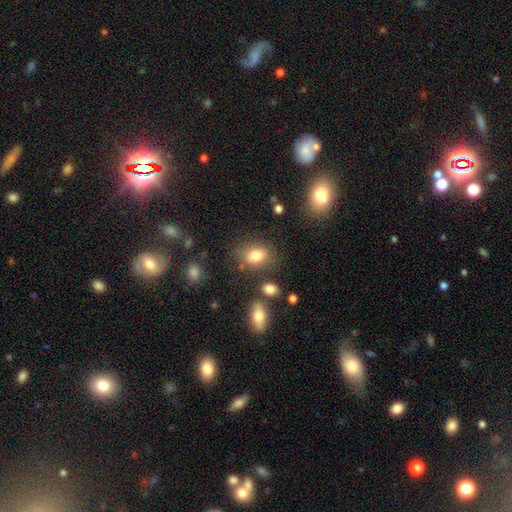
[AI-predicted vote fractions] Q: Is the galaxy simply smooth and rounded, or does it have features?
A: smooth — 81%.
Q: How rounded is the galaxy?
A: in between — 72%.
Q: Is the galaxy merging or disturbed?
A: none — 72%.